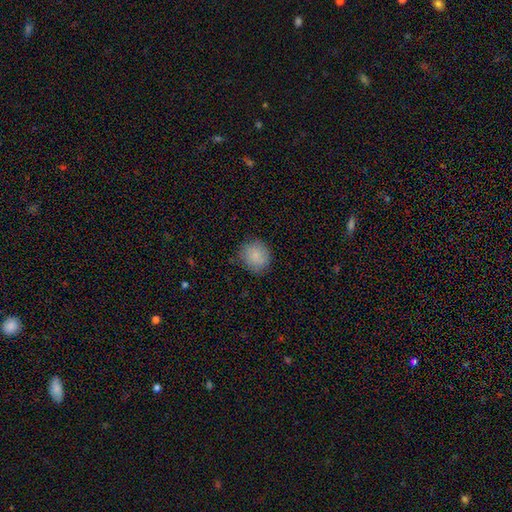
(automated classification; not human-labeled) Smooth or featured? Predicted: smooth (p=0.86). How rounded? Predicted: round (p=0.80). Merging? Predicted: none (p=0.79).